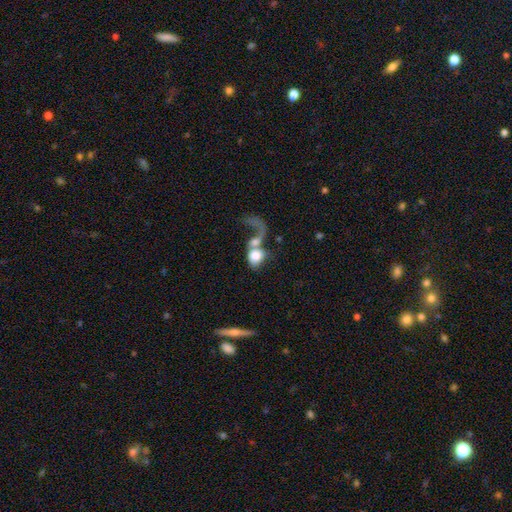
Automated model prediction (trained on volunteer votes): smooth_or_featured: smooth (p=0.57) [alt: featured or disk p=0.35]
how_rounded: round (p=0.54) [alt: in between p=0.43]
merging: merger (p=0.54) [alt: major disturbance p=0.26]